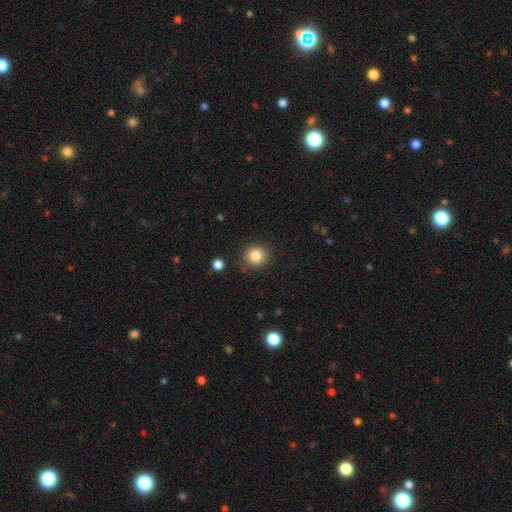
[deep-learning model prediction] smooth 85%, star or artifact 11%, featured or disk 5%. Down the decision tree: how rounded — round (90%); merging — none (86%).